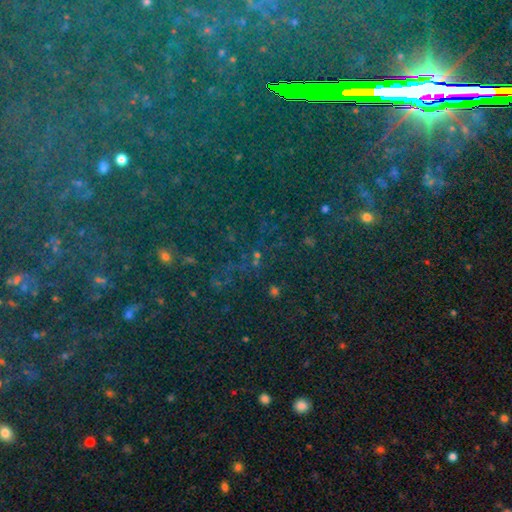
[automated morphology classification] type=star or artifact (80%).